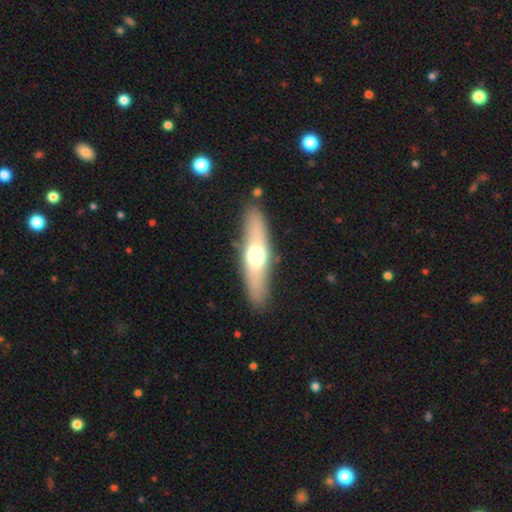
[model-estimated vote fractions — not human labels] This is possibly a smooth galaxy (53%). How rounded: likely cigar-shaped (63%). Merging: clearly none (85%).